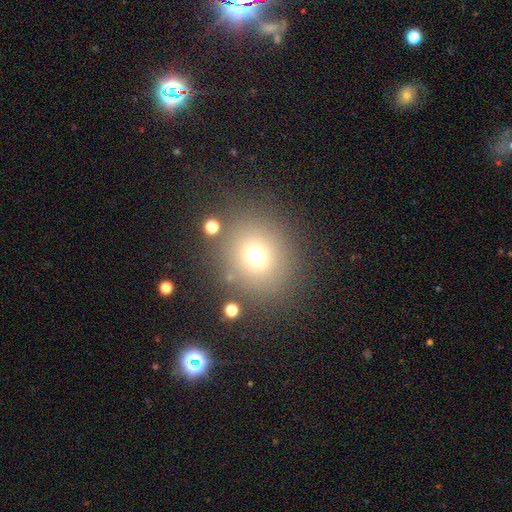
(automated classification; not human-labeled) A smooth galaxy with no disk features (69%) that is round (86%). Merging: none (82%).